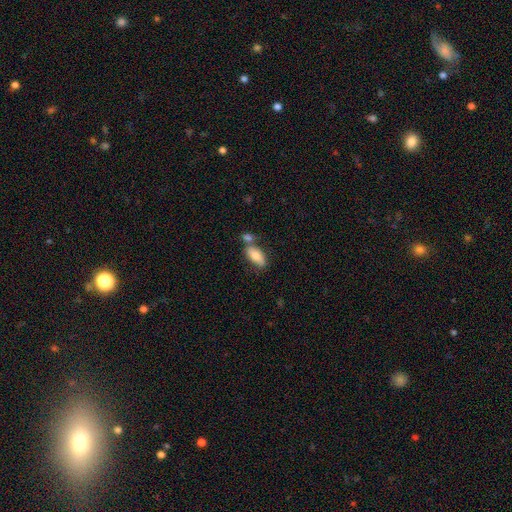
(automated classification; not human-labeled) smooth-or-featured: smooth: 77% | featured or disk: 16% | star or artifact: 7%
  how-rounded: in between: 90% | cigar-shaped: 7% | round: 3%
  merging: none: 51% | merger: 30% | minor disturbance: 14% | major disturbance: 4%